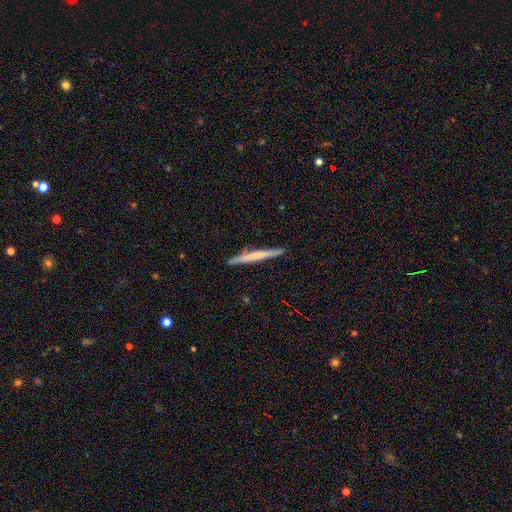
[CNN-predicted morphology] smooth_or_featured: smooth (p=0.51) [alt: featured or disk p=0.43]
how_rounded: cigar-shaped (p=0.97) [alt: in between p=0.02]
merging: none (p=0.91) [alt: minor disturbance p=0.07]